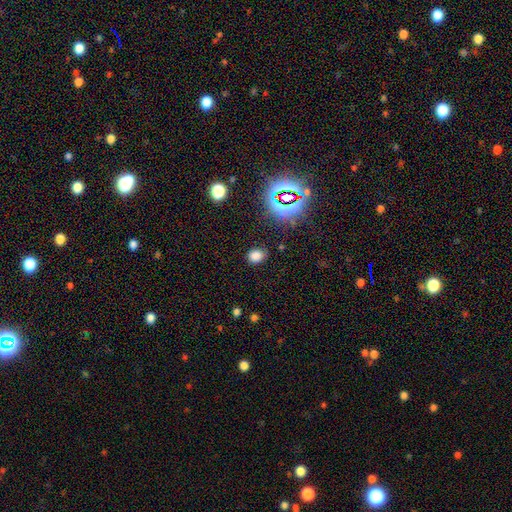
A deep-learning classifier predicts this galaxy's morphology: Smooth or featured? Predicted: smooth (p=0.75). How rounded? Predicted: in between (p=0.52). Merging? Predicted: none (p=0.82).